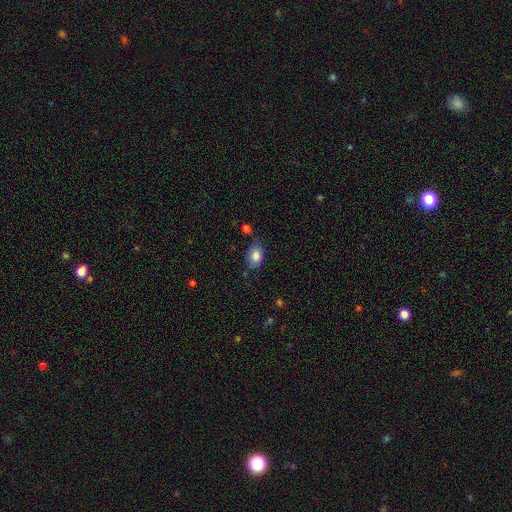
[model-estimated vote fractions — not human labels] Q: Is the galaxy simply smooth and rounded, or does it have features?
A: smooth — 85%.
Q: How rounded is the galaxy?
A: in between — 81%.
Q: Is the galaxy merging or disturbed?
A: none — 69%.